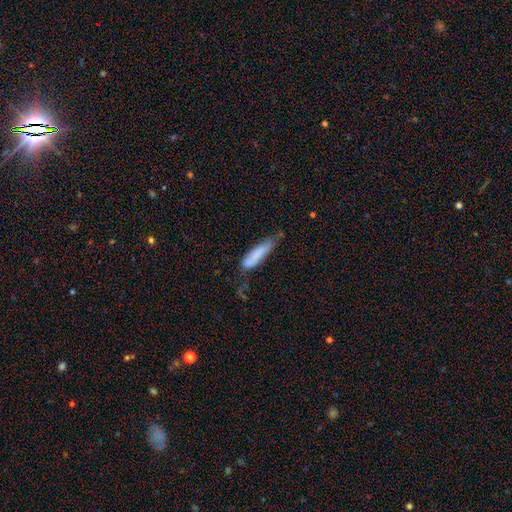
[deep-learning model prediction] Smooth or featured? smooth (76%)
How rounded? cigar-shaped (74%)
Merging? none (44%)